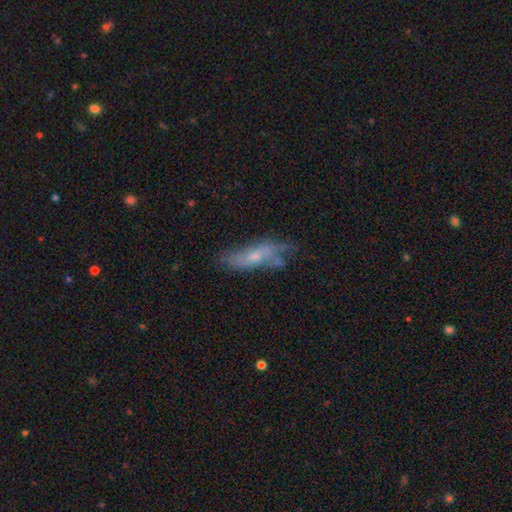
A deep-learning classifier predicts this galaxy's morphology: type=featured or disk (55%); edge-on=no (71%); merging=none (49%).